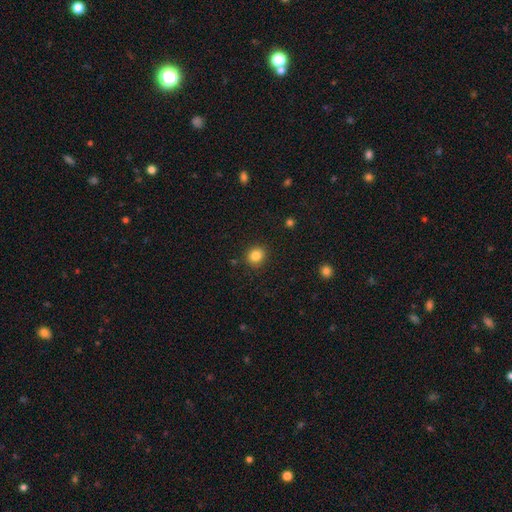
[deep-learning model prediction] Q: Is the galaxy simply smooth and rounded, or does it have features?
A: smooth — 84%.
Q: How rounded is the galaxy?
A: round — 80%.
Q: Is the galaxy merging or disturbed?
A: none — 90%.